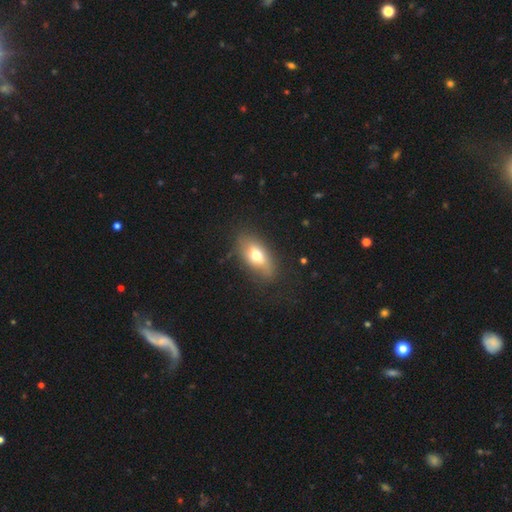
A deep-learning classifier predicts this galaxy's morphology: Smooth or featured: smooth — 66% (featured or disk — 26%)
How rounded: in between — 85% (cigar-shaped — 8%)
Merging: none — 78% (minor disturbance — 15%)